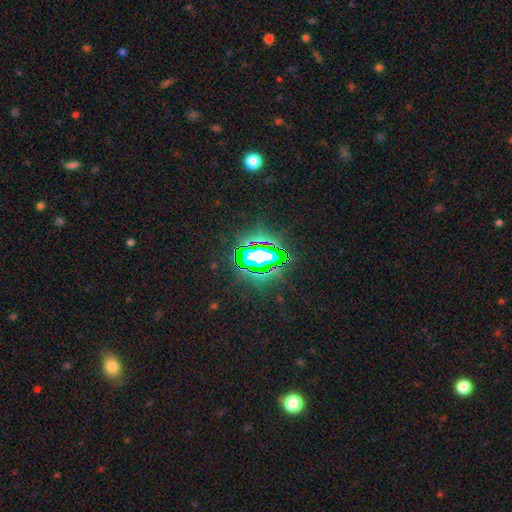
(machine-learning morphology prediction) Smooth or featured?
  - star or artifact: 72% *
  - smooth: 15%
  - featured or disk: 13%